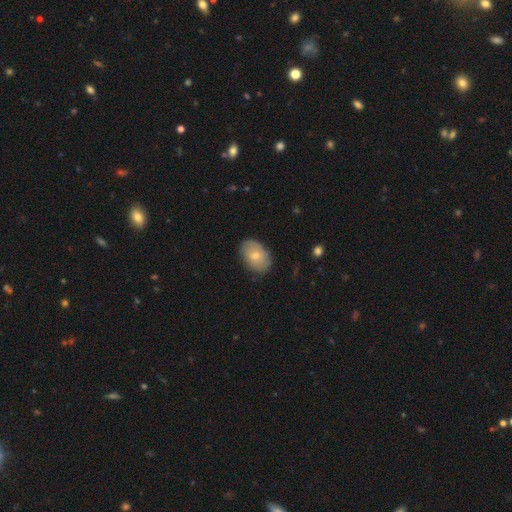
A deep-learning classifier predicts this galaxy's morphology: smooth-or-featured: smooth: 68% | featured or disk: 25% | star or artifact: 7%
  how-rounded: in between: 84% | round: 14% | cigar-shaped: 1%
  merging: none: 81% | minor disturbance: 15% | major disturbance: 3% | merger: 1%